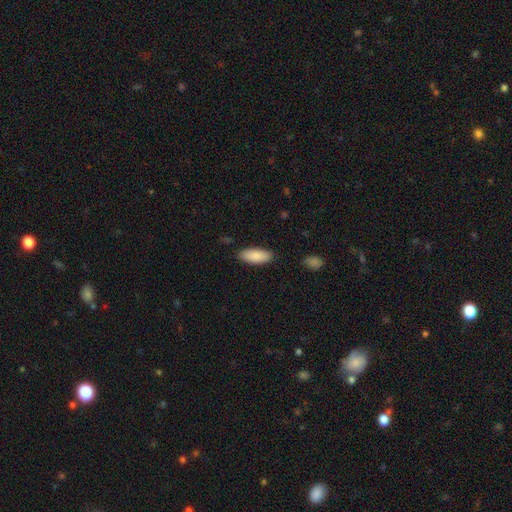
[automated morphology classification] smooth-or-featured: smooth: 88% | featured or disk: 6% | star or artifact: 6%
  how-rounded: in between: 78% | cigar-shaped: 21% | round: 2%
  merging: none: 86% | minor disturbance: 11% | major disturbance: 2% | merger: 1%